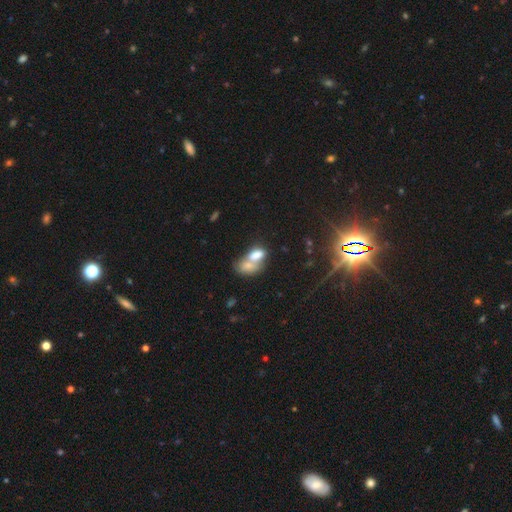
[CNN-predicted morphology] This appears to be a smooth galaxy with no disk features (72%) that is in between round and cigar-shaped (85%). Merging: merger (71%).